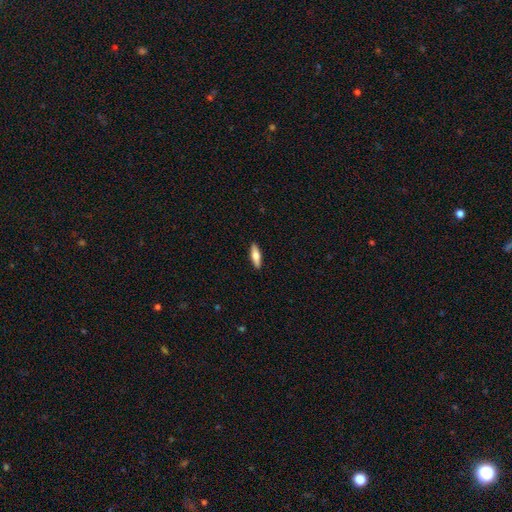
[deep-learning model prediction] Q: Smooth or featured?
A: smooth (68%); runner-up: featured or disk (27%)
Q: How rounded?
A: cigar-shaped (54%); runner-up: in between (44%)
Q: Merging?
A: none (91%); runner-up: minor disturbance (7%)